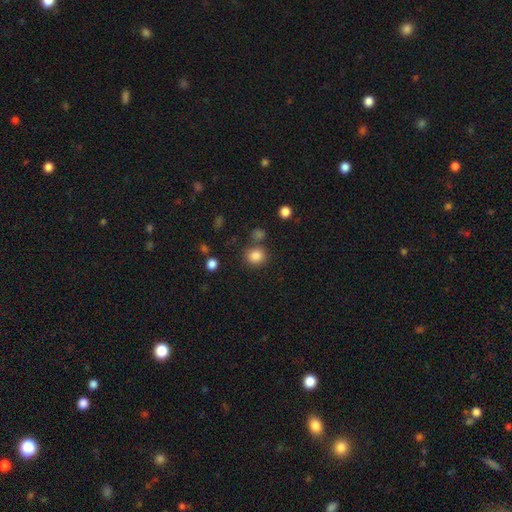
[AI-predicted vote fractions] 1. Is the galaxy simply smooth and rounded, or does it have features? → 84% smooth, 12% star or artifact, 4% featured or disk.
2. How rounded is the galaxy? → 83% round, 16% in between, 1% cigar-shaped.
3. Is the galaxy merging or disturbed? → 76% none, 10% merger, 10% minor disturbance, 4% major disturbance.